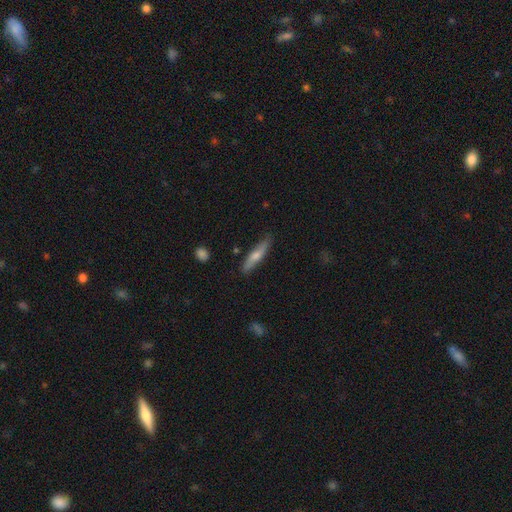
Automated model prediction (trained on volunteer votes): smooth 58%, featured or disk 36%, star or artifact 6%. Down the decision tree: how rounded — cigar-shaped (84%); merging — none (83%).